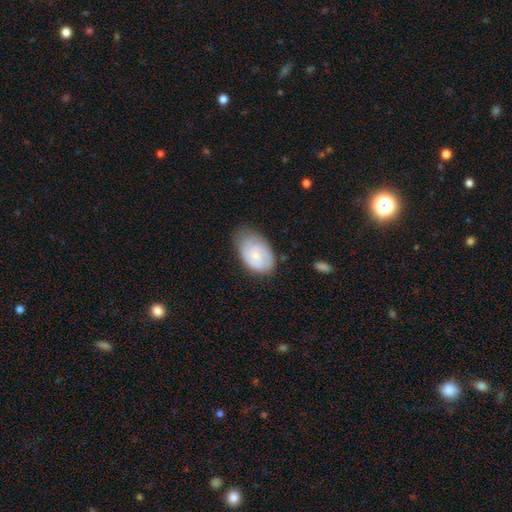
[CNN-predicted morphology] This appears to be a featured or disk galaxy (57%) with no bar (65%), spiral arms (89%) and a small central bulge (65%). Merging: none (63%).